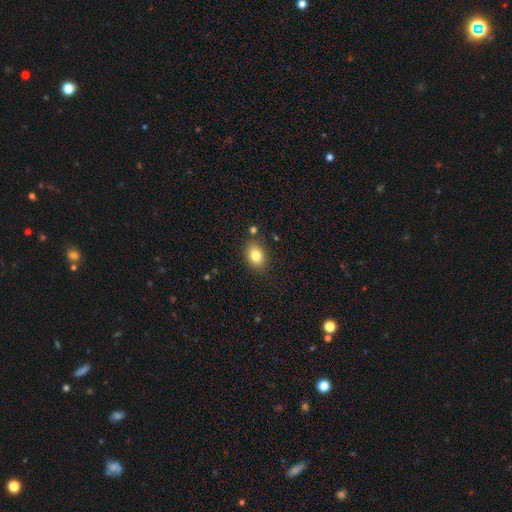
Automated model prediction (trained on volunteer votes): Overall: smooth (82%). How rounded: in between (72%). Merging: none (83%).